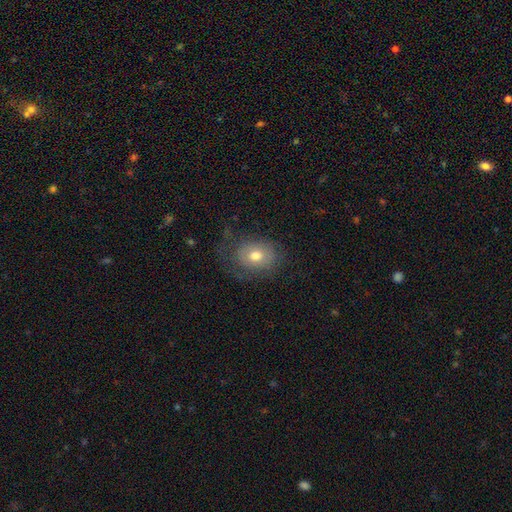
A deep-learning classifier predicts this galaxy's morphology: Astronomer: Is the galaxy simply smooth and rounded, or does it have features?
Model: smooth — 66%.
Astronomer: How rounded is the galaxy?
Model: in between — 56% (runner-up: round, 43%).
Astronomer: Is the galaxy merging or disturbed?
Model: none — 63%.